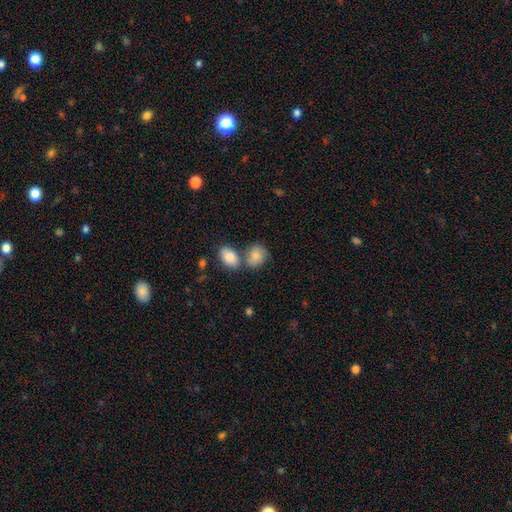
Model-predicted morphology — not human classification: smooth-or-featured: smooth: 81% | featured or disk: 12% | star or artifact: 8%
  how-rounded: in between: 55% | round: 44% | cigar-shaped: 1%
  merging: none: 45% | merger: 35% | minor disturbance: 15% | major disturbance: 5%